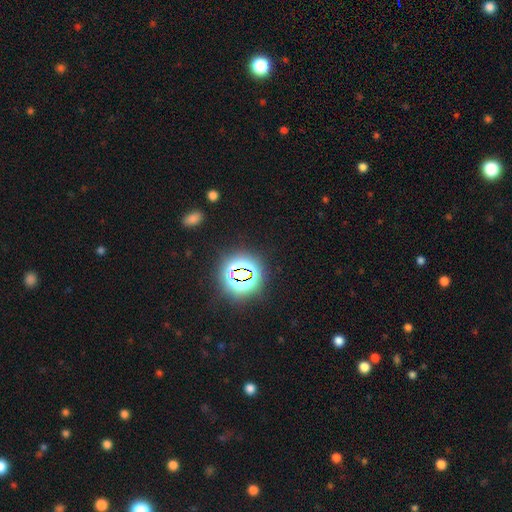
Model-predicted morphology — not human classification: This is clearly a star or artifact rather than a galaxy (83%).